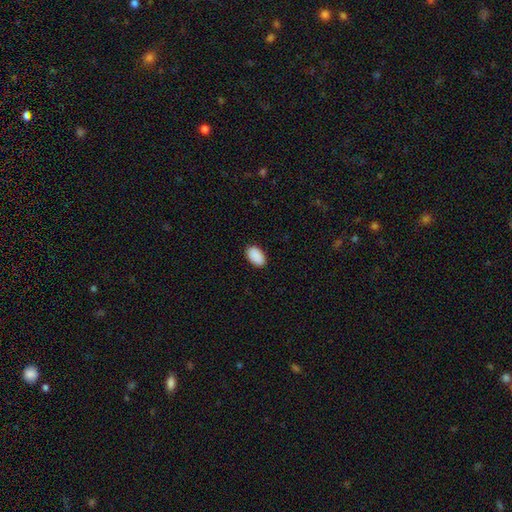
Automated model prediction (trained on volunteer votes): smooth 91%, star or artifact 6%, featured or disk 2%. Down the decision tree: how rounded — in between (94%); merging — none (89%).